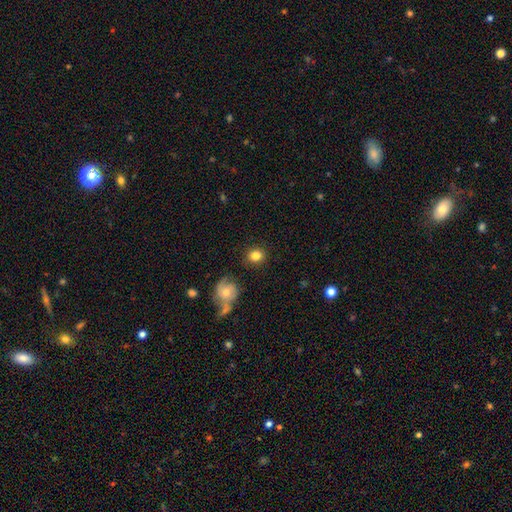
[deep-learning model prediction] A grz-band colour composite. It shows a smooth galaxy with no disk features (83%) that is round (76%). Merging: none (85%).